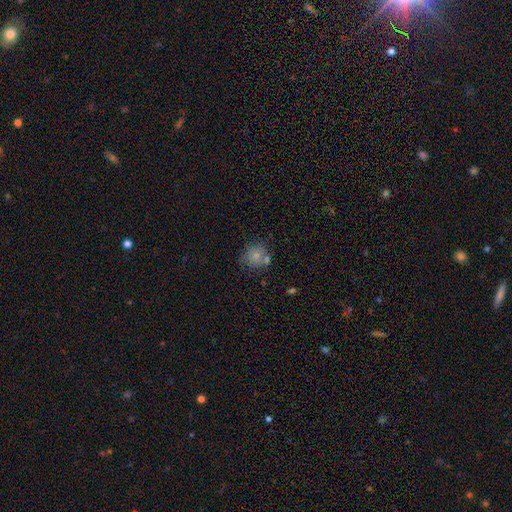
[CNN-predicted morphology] smooth-or-featured: smooth: 77% | featured or disk: 13% | star or artifact: 10%
  how-rounded: round: 82% | in between: 17% | cigar-shaped: 1%
  merging: none: 60% | merger: 17% | minor disturbance: 17% | major disturbance: 6%